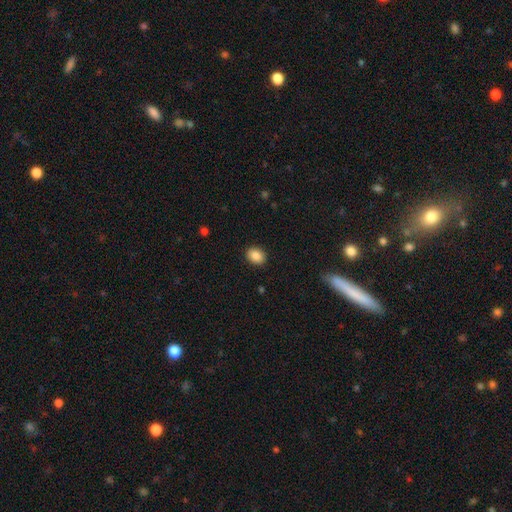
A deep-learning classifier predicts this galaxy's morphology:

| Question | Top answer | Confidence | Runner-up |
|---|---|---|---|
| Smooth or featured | smooth | 88% | star or artifact (8%) |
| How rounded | in between | 58% | round (41%) |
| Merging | none | 91% | minor disturbance (6%) |